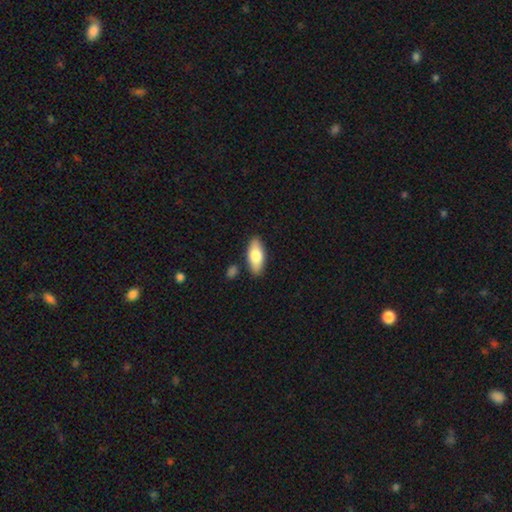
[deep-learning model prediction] smooth_or_featured: smooth (p=0.75) [alt: featured or disk p=0.19]
how_rounded: in between (p=0.85) [alt: cigar-shaped p=0.12]
merging: none (p=0.85) [alt: minor disturbance p=0.09]